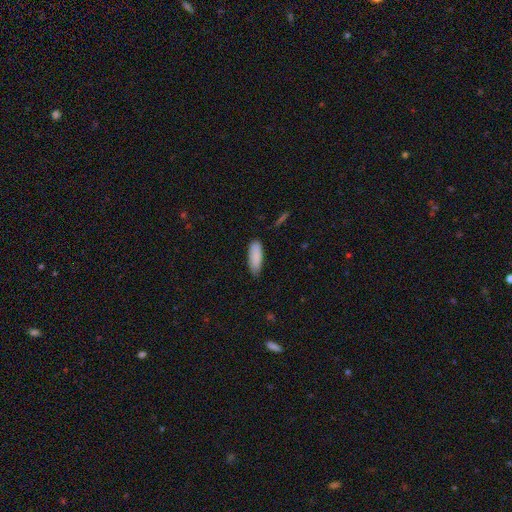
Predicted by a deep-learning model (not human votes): Smooth or featured?
  - smooth: 88% *
  - star or artifact: 6%
  - featured or disk: 6%
How rounded?
  - in between: 70% *
  - cigar-shaped: 29%
  - round: 2%
Merging?
  - none: 78% *
  - minor disturbance: 18%
  - major disturbance: 3%
  - merger: 1%